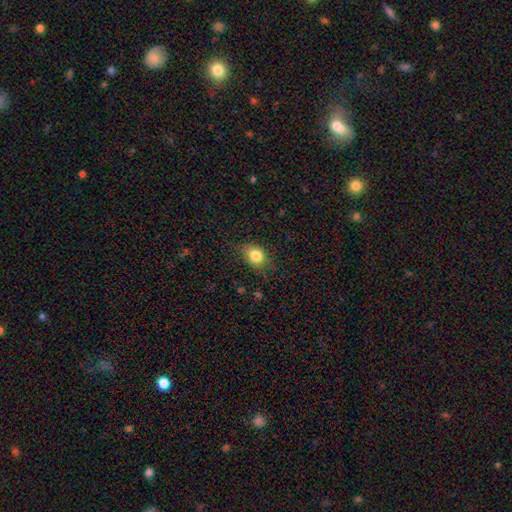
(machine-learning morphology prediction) Q: Smooth or featured?
A: smooth (82%); runner-up: star or artifact (10%)
Q: How rounded?
A: in between (52%); runner-up: round (47%)
Q: Merging?
A: none (73%); runner-up: minor disturbance (20%)